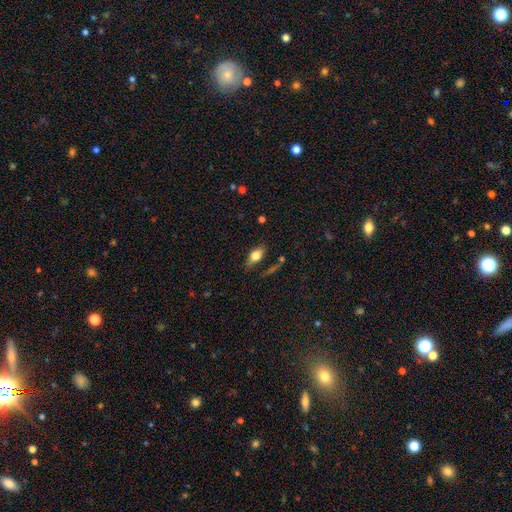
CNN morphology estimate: Smooth or featured?
  - smooth: 71% *
  - featured or disk: 21%
  - star or artifact: 8%
How rounded?
  - in between: 83% *
  - cigar-shaped: 10%
  - round: 8%
Merging?
  - none: 73% *
  - minor disturbance: 18%
  - major disturbance: 6%
  - merger: 4%